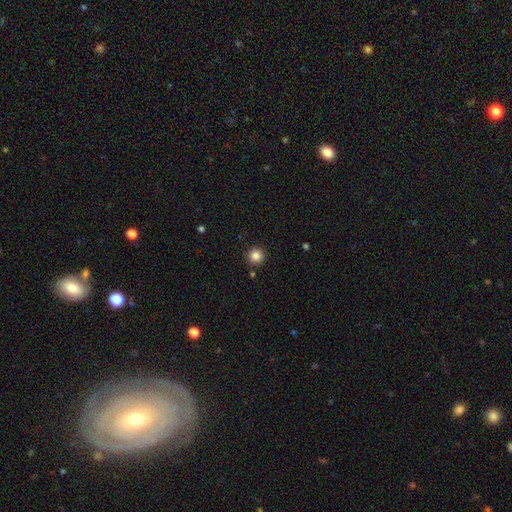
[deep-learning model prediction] A smooth galaxy with no disk features (85%) that is round (95%).

Vote fractions:
- Smooth or featured? smooth: 85% / star or artifact: 11% / featured or disk: 4%
- How rounded? round: 95% / in between: 4% / cigar-shaped: 1%
- Merging? none: 90% / minor disturbance: 5% / merger: 3% / major disturbance: 2%